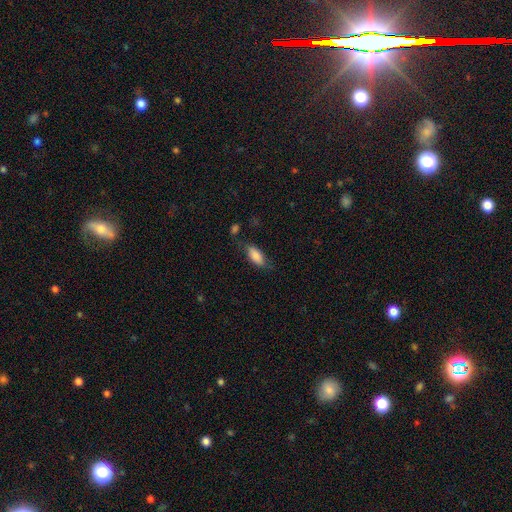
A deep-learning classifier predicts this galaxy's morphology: A smooth galaxy with no disk features (82%) that is in between round and cigar-shaped (85%).

Vote fractions:
- Smooth or featured? smooth: 82% / featured or disk: 11% / star or artifact: 7%
- How rounded? in between: 85% / cigar-shaped: 12% / round: 2%
- Merging? none: 63% / minor disturbance: 24% / major disturbance: 9% / merger: 4%